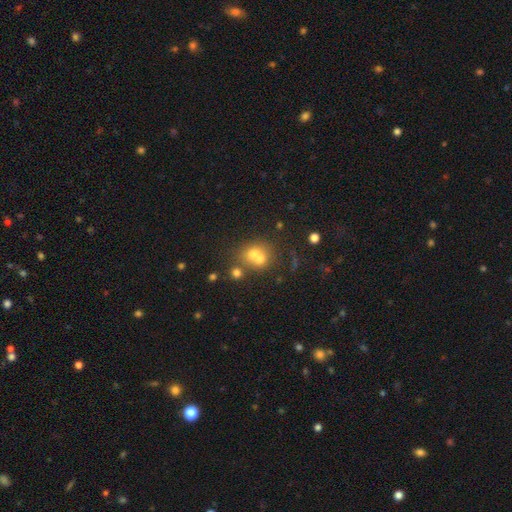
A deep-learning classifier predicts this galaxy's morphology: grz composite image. It shows a smooth galaxy with no disk features (60%) that is round (72%). Merging: merger (56%).